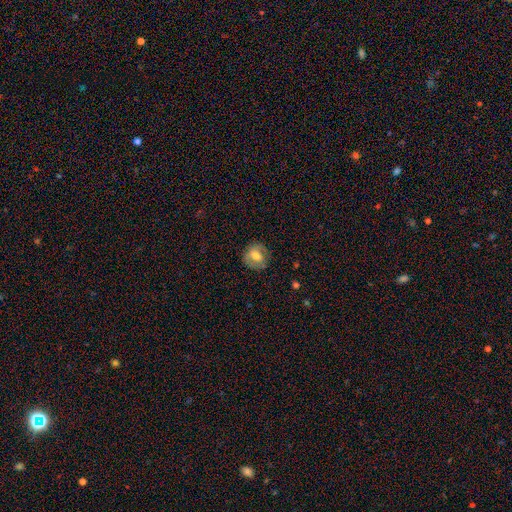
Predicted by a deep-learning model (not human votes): This is possibly a smooth galaxy (56%). How rounded: likely round (80%). Merging: likely none (76%).